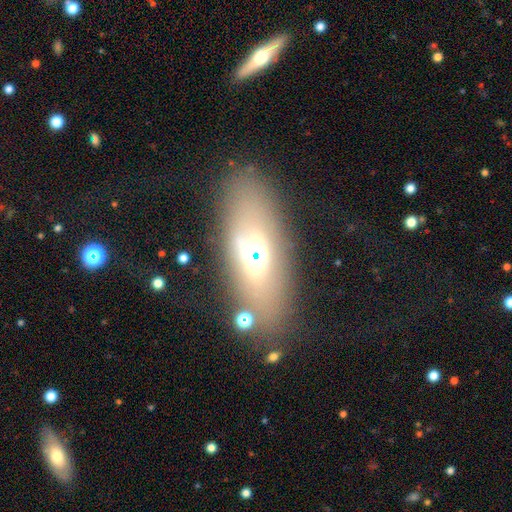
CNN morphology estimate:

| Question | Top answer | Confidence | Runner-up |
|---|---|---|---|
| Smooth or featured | smooth | 48% | featured or disk (35%) |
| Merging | none | 78% | minor disturbance (11%) |